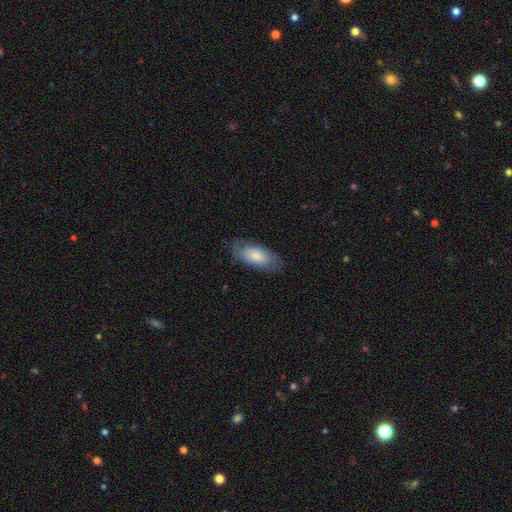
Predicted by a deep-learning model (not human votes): This appears to be a smooth galaxy with no disk features (79%) that is in between round and cigar-shaped (88%). Merging: none (78%).